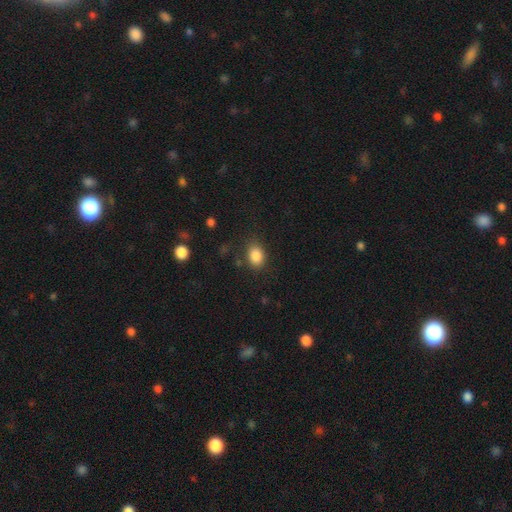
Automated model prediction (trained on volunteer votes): This appears to be a smooth galaxy with no disk features (86%) that is in between round and cigar-shaped (72%). Merging: none (80%).